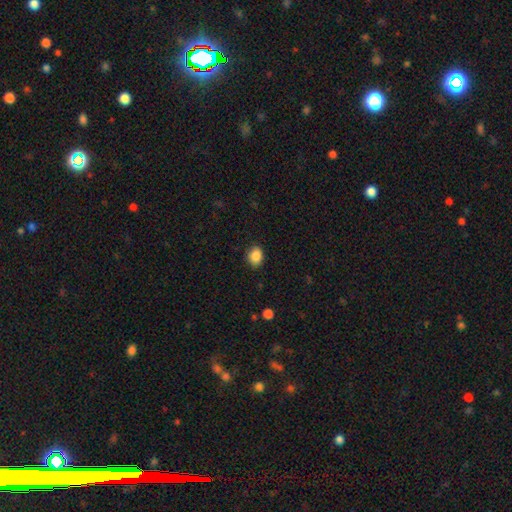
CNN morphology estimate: Smooth or featured: smooth — 88% (star or artifact — 9%)
How rounded: in between — 56% (round — 44%)
Merging: none — 86% (minor disturbance — 11%)